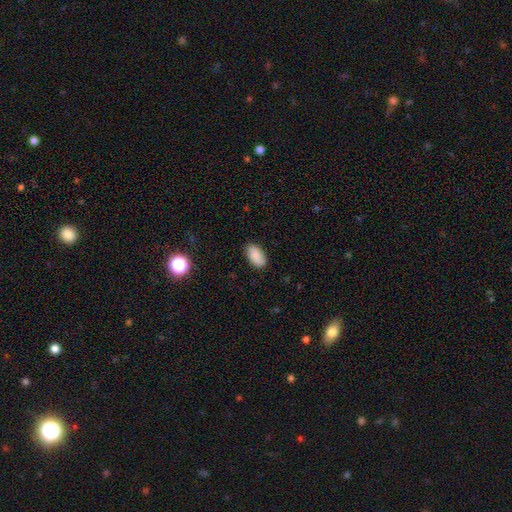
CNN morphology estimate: type=smooth (86%); roundness=in between (94%); merging=none (86%).